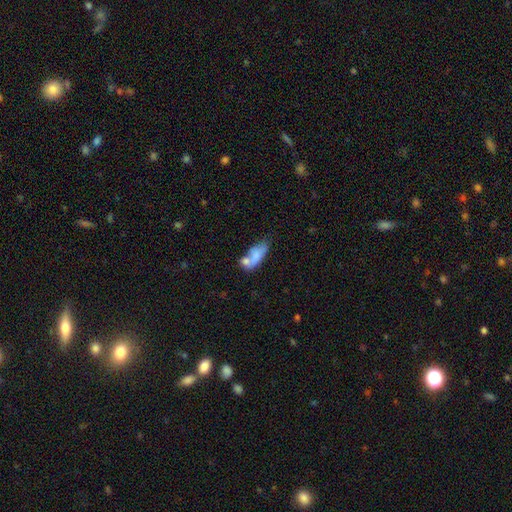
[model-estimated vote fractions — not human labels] This appears to be a smooth galaxy with no disk features (70%) that is in between round and cigar-shaped (80%). Merging: merger (44%).